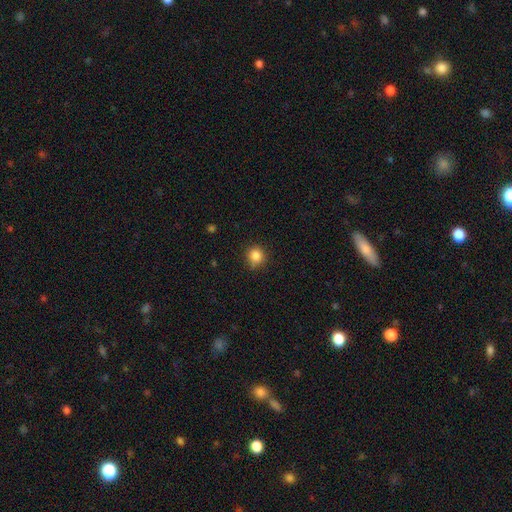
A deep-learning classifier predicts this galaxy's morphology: This is clearly a smooth galaxy (85%). How rounded: clearly round (90%). Merging: clearly none (82%).